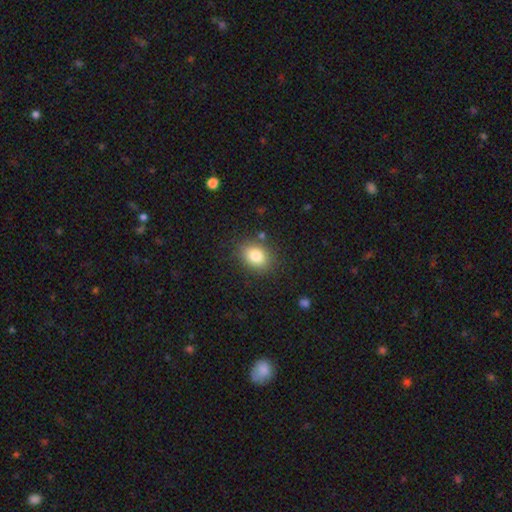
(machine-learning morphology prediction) smooth-or-featured: smooth: 82% | star or artifact: 10% | featured or disk: 8%
  how-rounded: in between: 56% | round: 43% | cigar-shaped: 1%
  merging: none: 83% | minor disturbance: 11% | major disturbance: 3% | merger: 3%